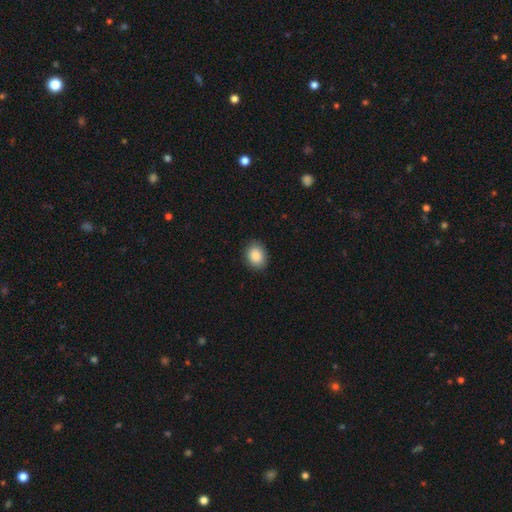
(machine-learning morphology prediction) The model was most divided on "how rounded": in between: 60%, round: 39%, cigar-shaped: 1%. More confident: merging — none (89%); smooth or featured — smooth (88%).